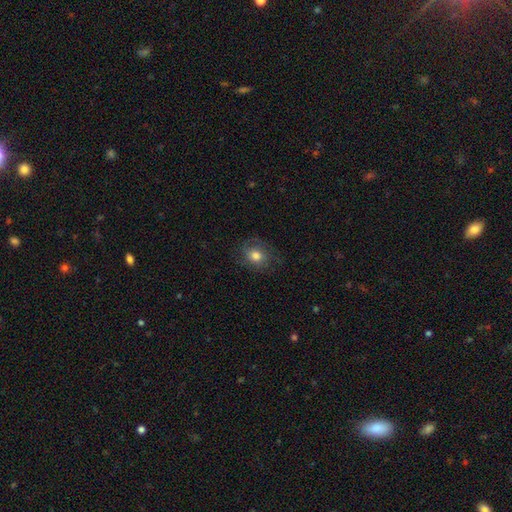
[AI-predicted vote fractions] Smooth or featured? Predicted: smooth (p=0.59). How rounded? Predicted: round (p=0.63). Merging? Predicted: none (p=0.69).